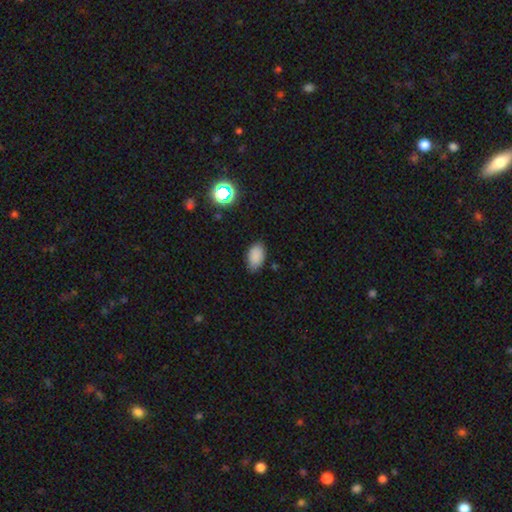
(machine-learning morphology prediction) Smooth or featured?
  - smooth: 85% *
  - star or artifact: 11%
  - featured or disk: 4%
How rounded?
  - in between: 90% *
  - round: 9%
  - cigar-shaped: 1%
Merging?
  - none: 77% *
  - minor disturbance: 18%
  - major disturbance: 3%
  - merger: 1%